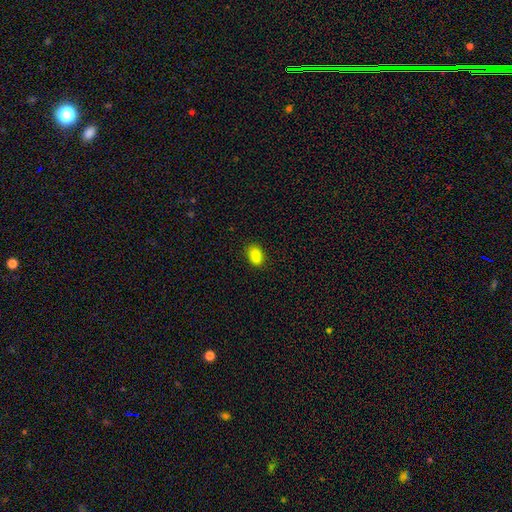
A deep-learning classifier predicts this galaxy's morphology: The model was most divided on "merging": none: 87%, minor disturbance: 10%, major disturbance: 2%, merger: 1%. More confident: how rounded — in between (88%); smooth or featured — smooth (87%).